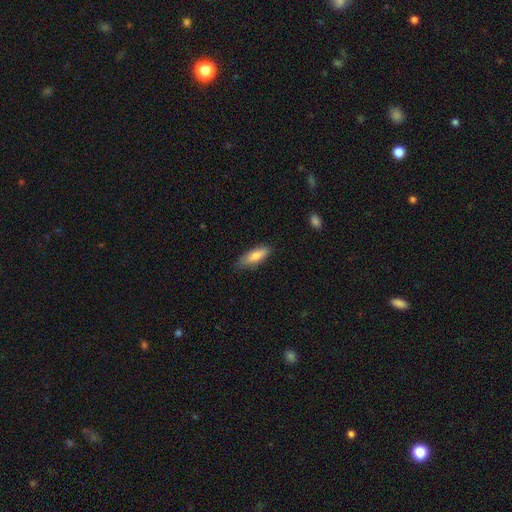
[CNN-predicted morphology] smooth_or_featured: smooth (p=0.78) [alt: featured or disk p=0.15]
how_rounded: in between (p=0.55) [alt: cigar-shaped p=0.43]
merging: none (p=0.75) [alt: minor disturbance p=0.20]